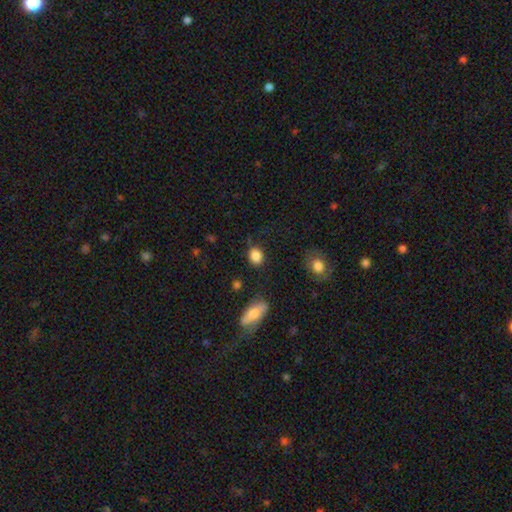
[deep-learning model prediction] Q: Smooth or featured?
A: smooth (86%); runner-up: star or artifact (9%)
Q: How rounded?
A: round (59%); runner-up: in between (40%)
Q: Merging?
A: none (78%); runner-up: minor disturbance (15%)